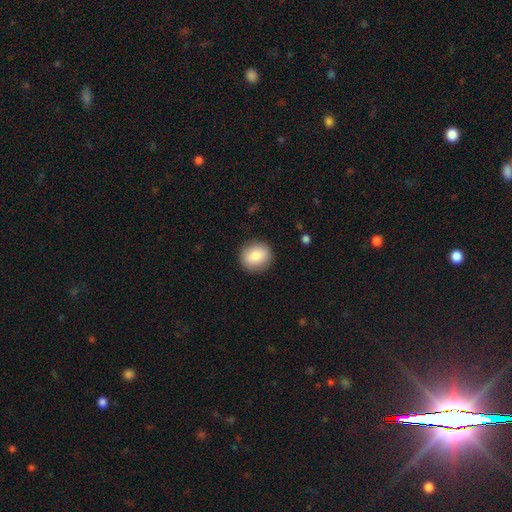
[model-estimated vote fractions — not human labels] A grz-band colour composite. It shows a smooth galaxy with no disk features (83%) that is round (85%). Merging: none (90%).